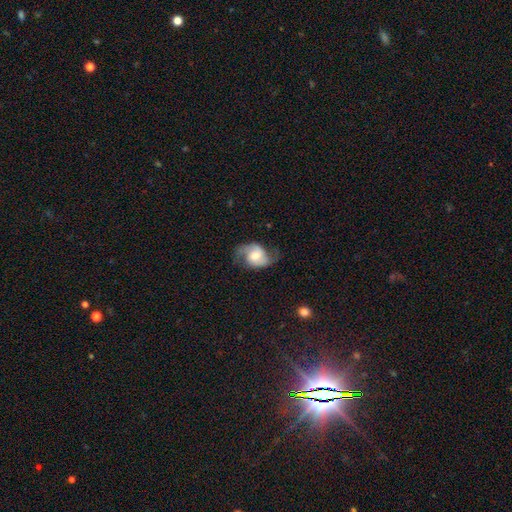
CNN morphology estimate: Overall: featured or disk (78%). Edge-on disk: no (97%). Bar: no (50%; weak 41%). Spiral arms: yes (94%). Spiral arm count: 2 (90%). Spiral winding: medium (46%; loose 38%). Bulge size: moderate (50%; large 24%). Merging: none (66%).